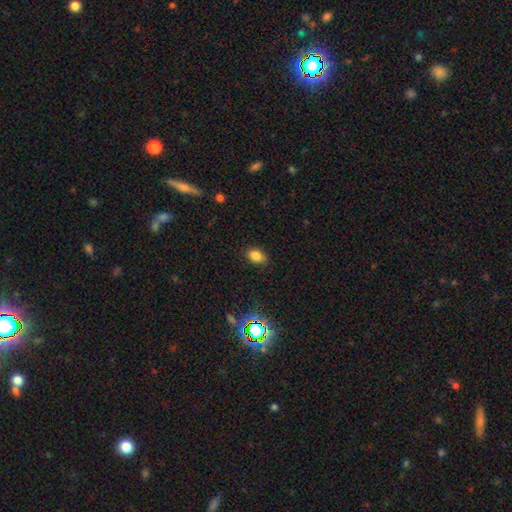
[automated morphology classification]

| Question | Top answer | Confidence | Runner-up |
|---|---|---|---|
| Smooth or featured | smooth | 81% | star or artifact (13%) |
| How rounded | in between | 79% | round (19%) |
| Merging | none | 82% | minor disturbance (13%) |